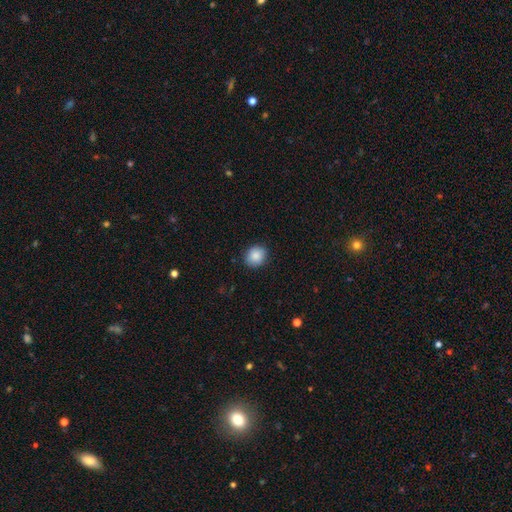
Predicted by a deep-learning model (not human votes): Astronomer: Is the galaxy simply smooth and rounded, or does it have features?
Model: smooth — 88%.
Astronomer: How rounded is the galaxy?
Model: round — 72%.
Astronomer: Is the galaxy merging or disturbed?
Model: none — 88%.